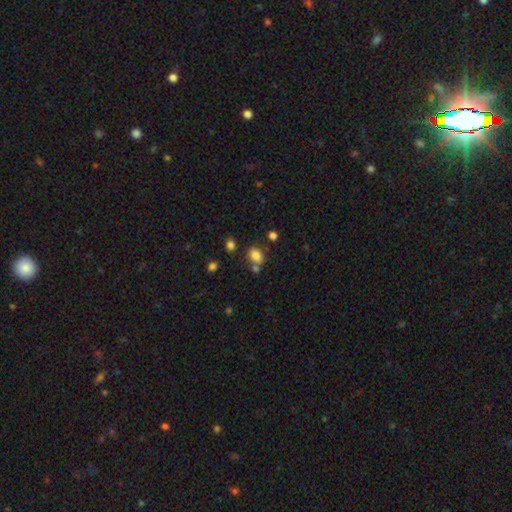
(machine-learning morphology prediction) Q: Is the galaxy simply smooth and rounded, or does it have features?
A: smooth — 81%.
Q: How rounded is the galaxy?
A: in between — 80%.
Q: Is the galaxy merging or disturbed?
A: none — 61%.